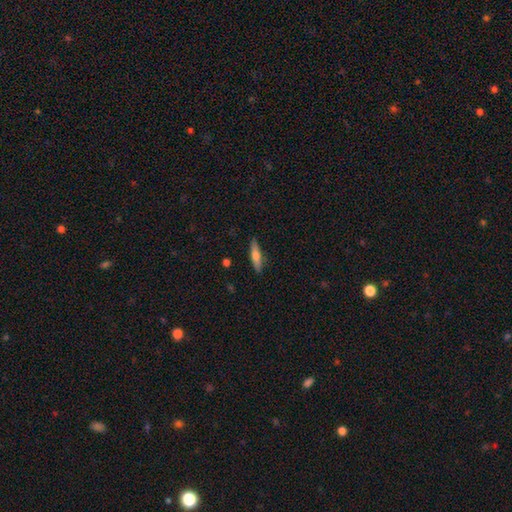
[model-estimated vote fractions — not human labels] Smooth or featured?
  - smooth: 63% *
  - featured or disk: 31%
  - star or artifact: 6%
How rounded?
  - cigar-shaped: 78% *
  - in between: 20%
  - round: 2%
Merging?
  - none: 88% *
  - minor disturbance: 9%
  - major disturbance: 2%
  - merger: 1%